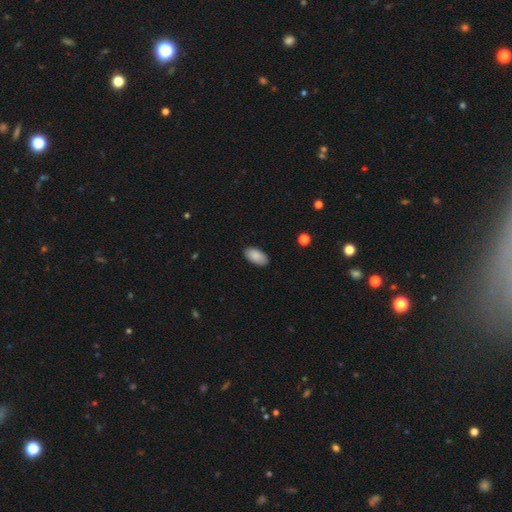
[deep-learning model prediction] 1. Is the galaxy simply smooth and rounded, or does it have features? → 89% smooth, 6% star or artifact, 4% featured or disk.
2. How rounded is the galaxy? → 95% in between, 3% round, 2% cigar-shaped.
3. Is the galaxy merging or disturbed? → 88% none, 9% minor disturbance, 2% major disturbance, 1% merger.